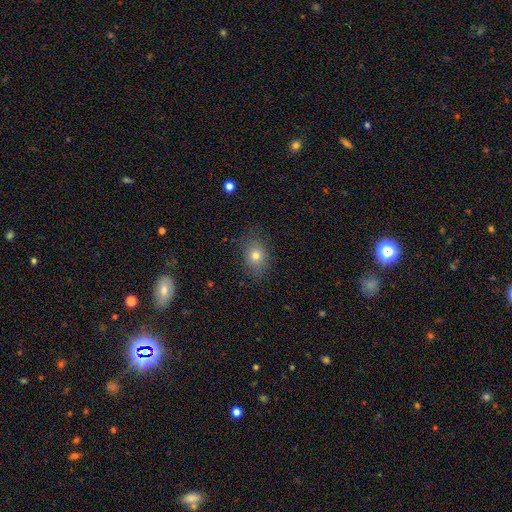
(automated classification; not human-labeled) smooth 76%, star or artifact 12%, featured or disk 12%. Down the decision tree: how rounded — in between (60%); merging — none (80%).